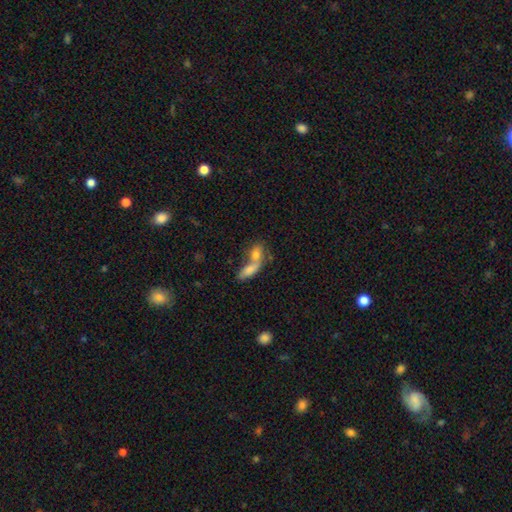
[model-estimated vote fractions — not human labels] Smooth or featured? Predicted: smooth (p=0.67). How rounded? Predicted: in between (p=0.70). Merging? Predicted: merger (p=0.68).